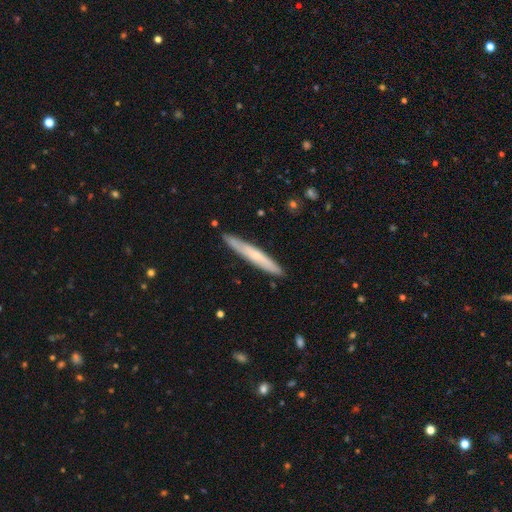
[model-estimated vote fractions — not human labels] A smooth galaxy with no disk features (54%) that is cigar-shaped (96%).

Vote fractions:
- Smooth or featured? smooth: 54% / featured or disk: 41% / star or artifact: 5%
- How rounded? cigar-shaped: 96% / in between: 3% / round: 1%
- Merging? none: 89% / minor disturbance: 9% / major disturbance: 1% / merger: 1%